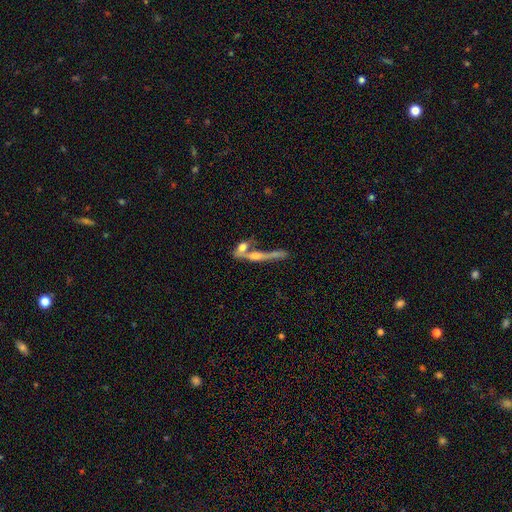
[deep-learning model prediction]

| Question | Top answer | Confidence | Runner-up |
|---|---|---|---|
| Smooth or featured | featured or disk | 57% | smooth (32%) |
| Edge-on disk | yes | 82% | no (18%) |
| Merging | merger | 41% | none (40%) |